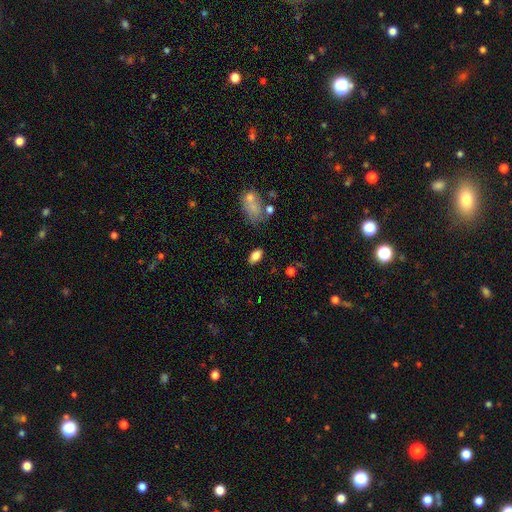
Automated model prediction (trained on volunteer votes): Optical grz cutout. It shows a smooth galaxy with no disk features (83%) that is in between round and cigar-shaped (90%). Merging: none (83%).